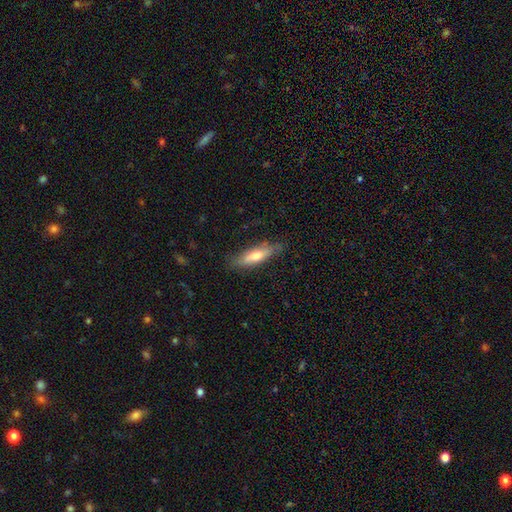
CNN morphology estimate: Smooth or featured: smooth — 61% (featured or disk — 33%)
How rounded: cigar-shaped — 62% (in between — 37%)
Merging: none — 78% (minor disturbance — 17%)